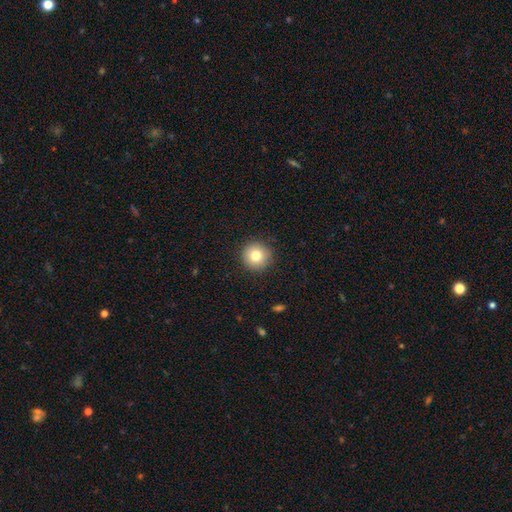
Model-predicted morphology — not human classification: This appears to be a smooth galaxy with no disk features (79%) that is round (95%). Merging: none (91%).